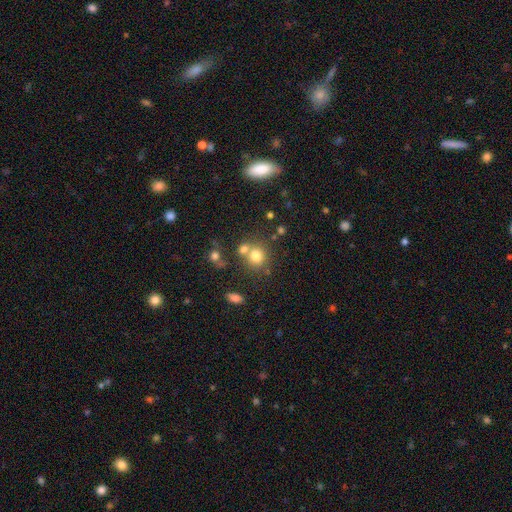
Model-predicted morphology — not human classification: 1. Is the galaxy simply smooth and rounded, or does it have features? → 76% smooth, 13% star or artifact, 11% featured or disk.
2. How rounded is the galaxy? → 82% round, 17% in between, 1% cigar-shaped.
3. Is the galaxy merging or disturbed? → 55% none, 30% merger, 10% minor disturbance, 5% major disturbance.